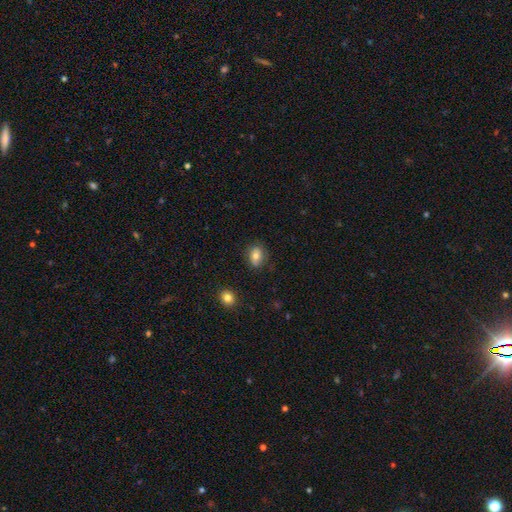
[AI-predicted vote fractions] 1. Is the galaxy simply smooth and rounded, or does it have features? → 75% smooth, 15% featured or disk, 10% star or artifact.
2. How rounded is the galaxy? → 66% in between, 32% round, 2% cigar-shaped.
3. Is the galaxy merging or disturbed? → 80% none, 15% minor disturbance, 3% major disturbance, 2% merger.